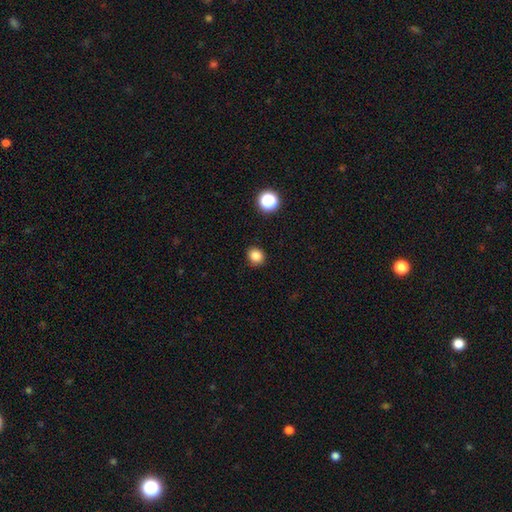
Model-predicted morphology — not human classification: Q: Smooth or featured?
A: smooth (83%); runner-up: star or artifact (13%)
Q: How rounded?
A: round (75%); runner-up: in between (24%)
Q: Merging?
A: none (89%); runner-up: minor disturbance (8%)